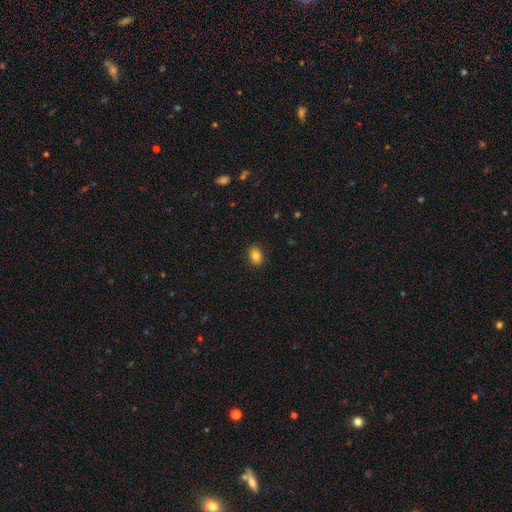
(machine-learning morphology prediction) Smooth or featured?
  - smooth: 85% *
  - star or artifact: 9%
  - featured or disk: 6%
How rounded?
  - in between: 76% *
  - round: 22%
  - cigar-shaped: 1%
Merging?
  - none: 88% *
  - minor disturbance: 9%
  - major disturbance: 2%
  - merger: 1%